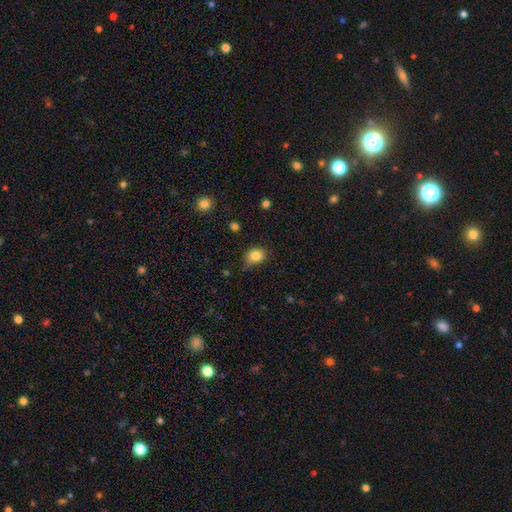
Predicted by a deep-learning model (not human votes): Smooth or featured?
  - smooth: 82% *
  - star or artifact: 11%
  - featured or disk: 7%
How rounded?
  - round: 52% *
  - in between: 46%
  - cigar-shaped: 1%
Merging?
  - none: 55% *
  - minor disturbance: 34%
  - major disturbance: 8%
  - merger: 2%